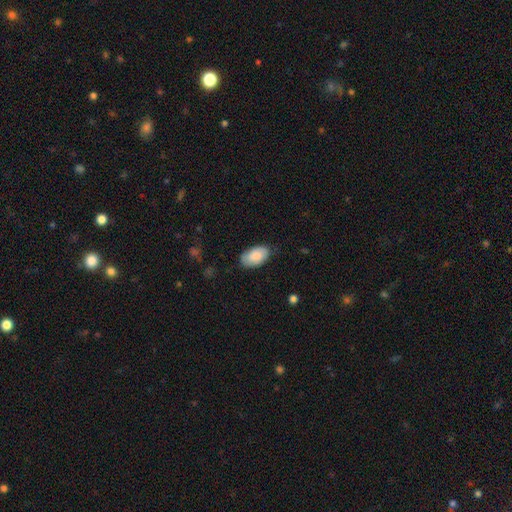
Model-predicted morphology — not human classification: smooth 81%, featured or disk 13%, star or artifact 6%. Down the decision tree: how rounded — in between (95%); merging — none (76%).